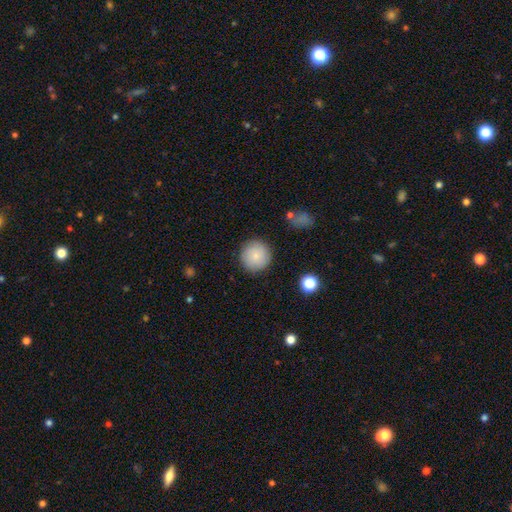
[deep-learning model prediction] This is clearly a smooth galaxy (83%). How rounded: clearly round (95%). Merging: clearly none (89%).